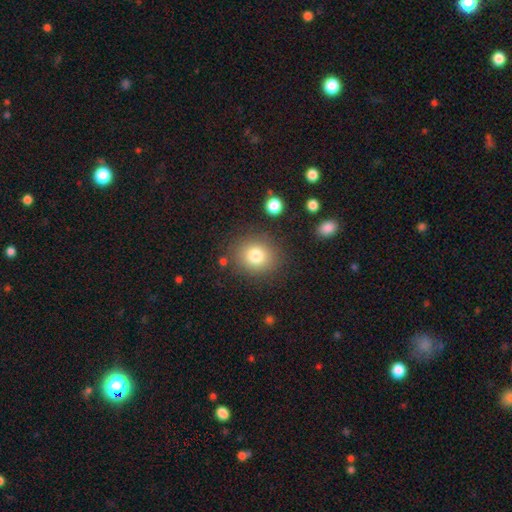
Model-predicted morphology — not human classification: type=smooth (79%); roundness=round (80%); merging=none (83%).